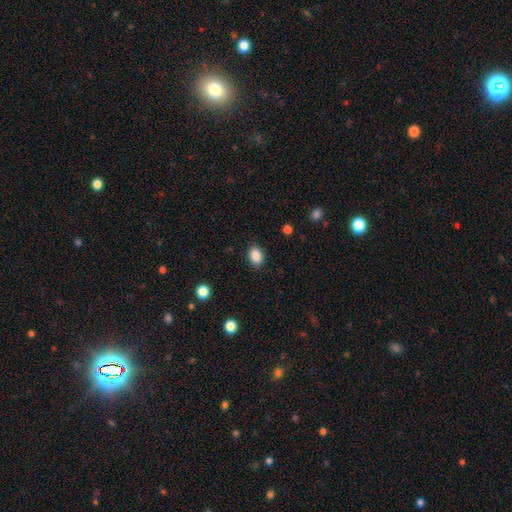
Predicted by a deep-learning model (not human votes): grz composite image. It shows a smooth galaxy with no disk features (88%) that is in between round and cigar-shaped (74%). Merging: none (88%).